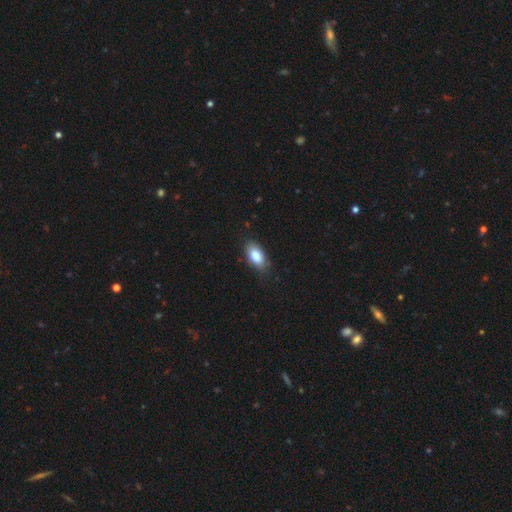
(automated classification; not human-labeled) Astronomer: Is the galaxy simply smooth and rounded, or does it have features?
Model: smooth — 83%.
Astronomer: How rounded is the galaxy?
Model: in between — 92%.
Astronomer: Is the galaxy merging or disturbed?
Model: none — 80%.